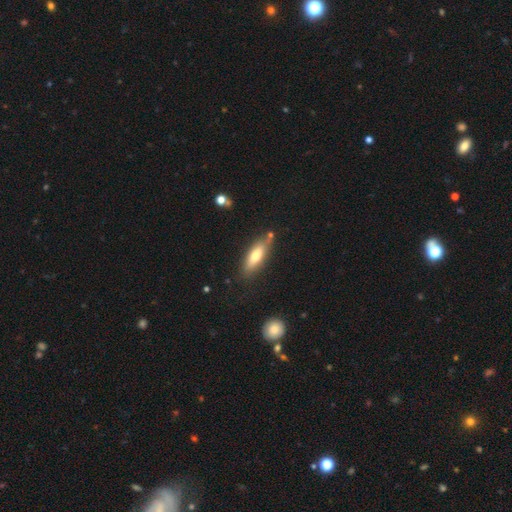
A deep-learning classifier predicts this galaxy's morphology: Smooth or featured? Predicted: smooth (p=0.67). How rounded? Predicted: in between (p=0.52). Merging? Predicted: none (p=0.76).